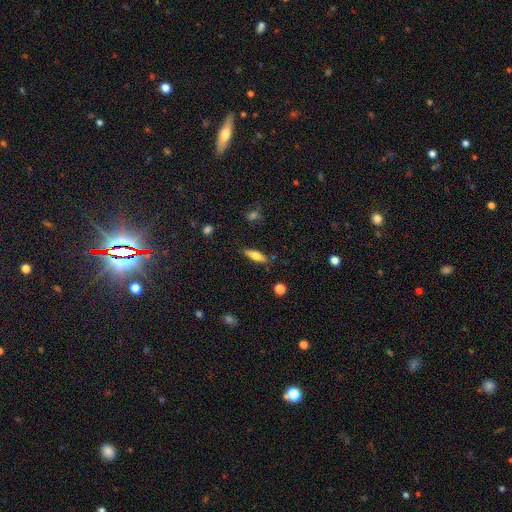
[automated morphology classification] smooth-or-featured: smooth: 68% | featured or disk: 25% | star or artifact: 7%
  how-rounded: cigar-shaped: 59% | in between: 39% | round: 2%
  merging: none: 82% | minor disturbance: 13% | major disturbance: 3% | merger: 3%